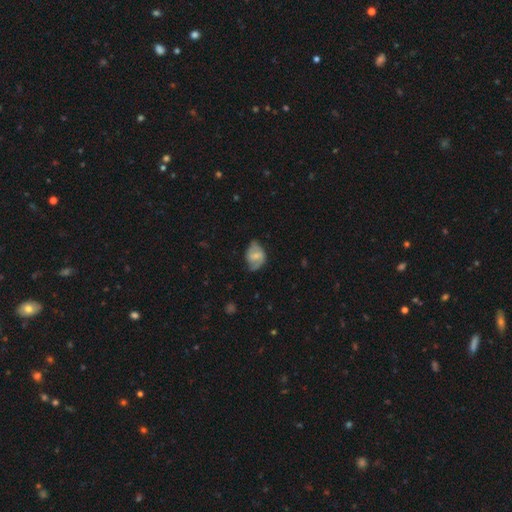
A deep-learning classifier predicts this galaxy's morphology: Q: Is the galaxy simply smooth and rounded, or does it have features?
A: featured or disk — 56%.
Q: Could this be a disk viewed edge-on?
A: no — 96%.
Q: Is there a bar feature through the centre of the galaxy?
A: weak — 49%.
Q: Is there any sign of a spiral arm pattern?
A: yes — 78%.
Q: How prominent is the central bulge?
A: small — 46%.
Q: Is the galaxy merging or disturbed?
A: none — 54%.